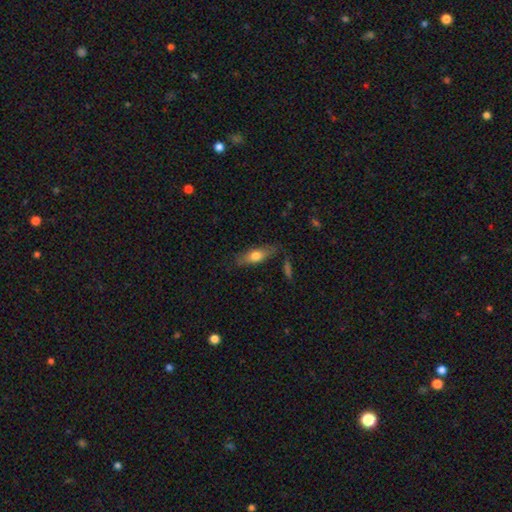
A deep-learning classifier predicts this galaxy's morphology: The model was most divided on "how rounded": in between: 56%, cigar-shaped: 41%, round: 3%. More confident: merging — none (77%); smooth or featured — smooth (63%).